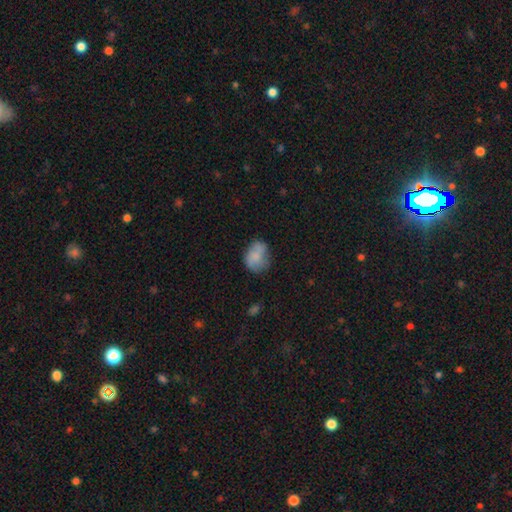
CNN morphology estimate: The model was most divided on "how rounded": in between: 58%, round: 41%, cigar-shaped: 1%. More confident: smooth or featured — smooth (71%); merging — none (52%).